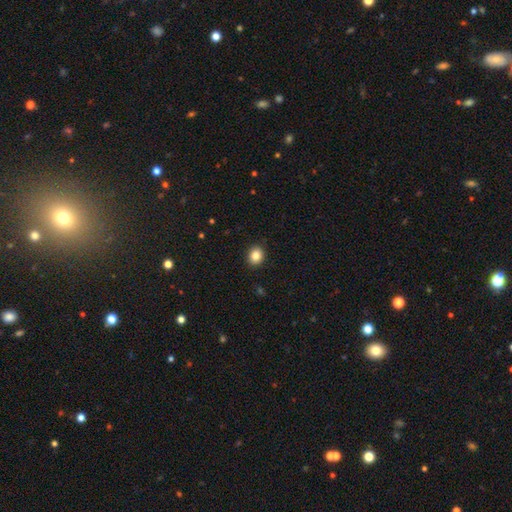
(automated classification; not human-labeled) A smooth galaxy with no disk features (86%) that is round (64%).

Vote fractions:
- Smooth or featured? smooth: 86% / star or artifact: 9% / featured or disk: 4%
- How rounded? round: 64% / in between: 35% / cigar-shaped: 1%
- Merging? none: 91% / minor disturbance: 6% / major disturbance: 2% / merger: 1%